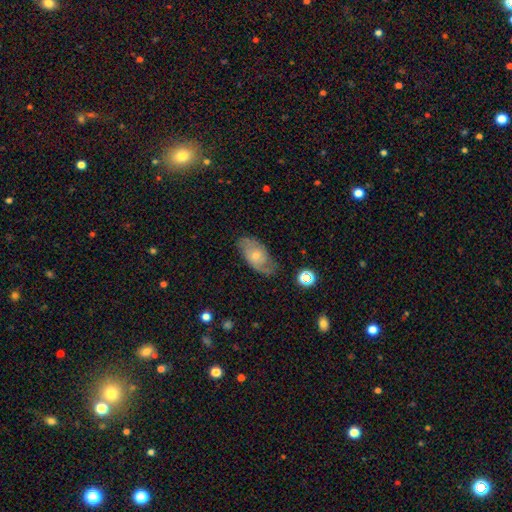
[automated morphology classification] Q: Smooth or featured?
A: featured or disk (64%); runner-up: smooth (28%)
Q: Edge-on disk?
A: no (91%); runner-up: yes (9%)
Q: Bar?
A: no (73%); runner-up: weak (23%)
Q: Spiral arms?
A: yes (82%); runner-up: no (18%)
Q: Bulge size?
A: small (53%); runner-up: moderate (42%)
Q: Merging?
A: none (71%); runner-up: minor disturbance (20%)